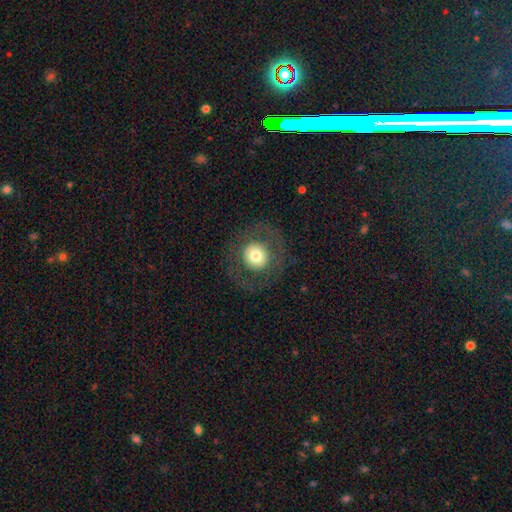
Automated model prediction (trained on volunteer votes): A smooth galaxy with no disk features (62%) that is round (92%). Merging: none (81%).